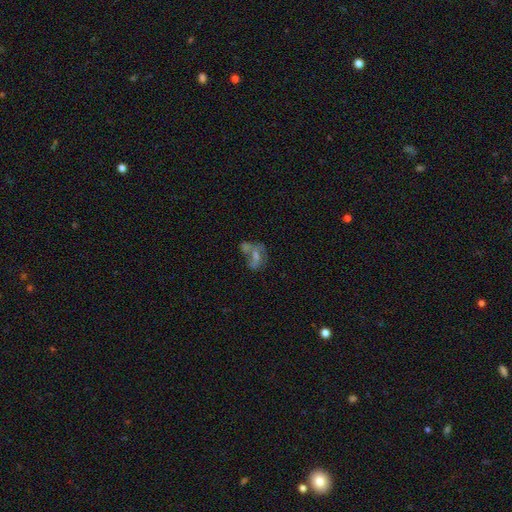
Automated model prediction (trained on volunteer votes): smooth-or-featured: featured or disk: 50% | smooth: 31% | star or artifact: 19%
  merging: merger: 39% | none: 32% | major disturbance: 15% | minor disturbance: 14%